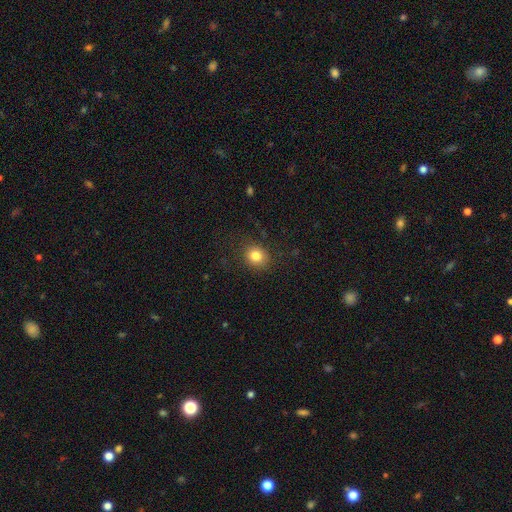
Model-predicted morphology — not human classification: Q: Smooth or featured?
A: smooth (82%); runner-up: star or artifact (11%)
Q: How rounded?
A: round (75%); runner-up: in between (25%)
Q: Merging?
A: none (86%); runner-up: minor disturbance (10%)